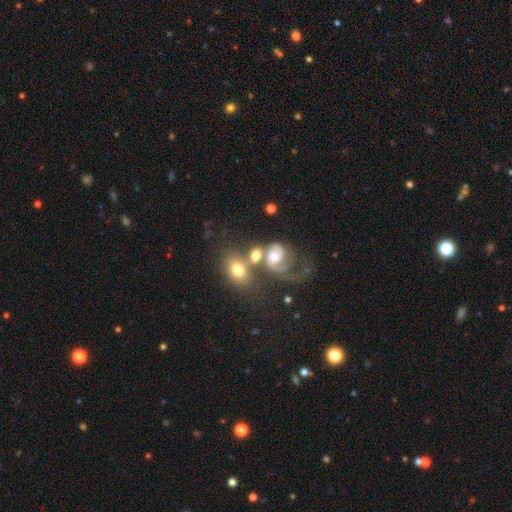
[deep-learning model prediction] The model was most divided on "merging": merger: 46%, none: 26%, major disturbance: 17%, minor disturbance: 11%. More confident: edge-on disk — no (96%); spiral arms — yes (82%); bar — no (70%); bulge size — moderate (67%); smooth or featured — featured or disk (56%).